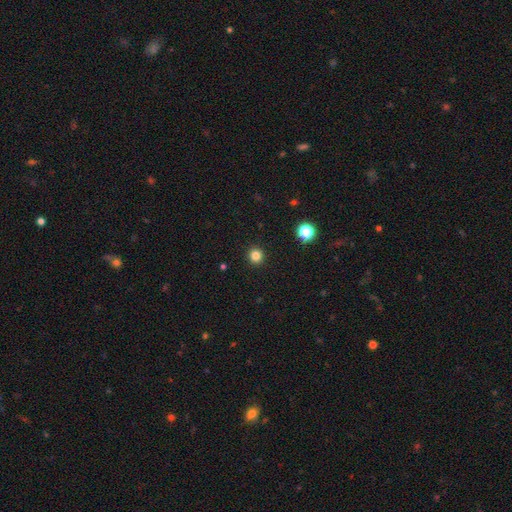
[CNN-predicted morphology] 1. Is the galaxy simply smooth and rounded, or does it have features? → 82% smooth, 14% star or artifact, 4% featured or disk.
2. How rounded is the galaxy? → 95% round, 4% in between, 1% cigar-shaped.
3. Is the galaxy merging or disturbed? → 94% none, 4% minor disturbance, 1% major disturbance, 1% merger.